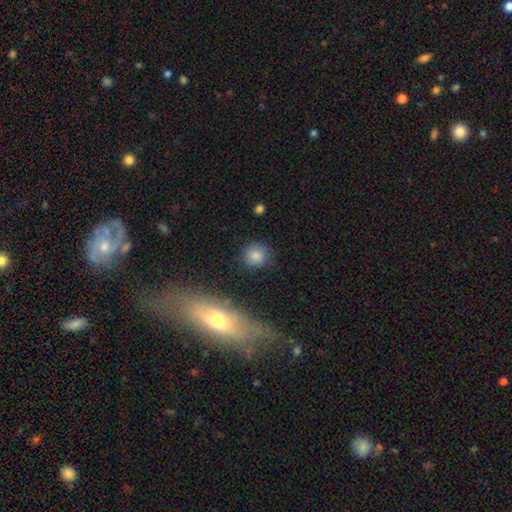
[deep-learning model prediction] Smooth or featured: smooth — 82% (star or artifact — 11%)
How rounded: round — 87% (in between — 11%)
Merging: none — 84% (minor disturbance — 10%)